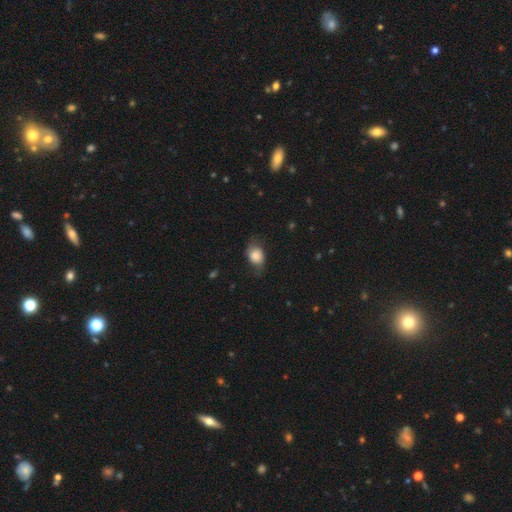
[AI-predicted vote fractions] Overall: smooth (73%). How rounded: in between (61%; round 37%). Merging: none (63%; minor disturbance 25%).